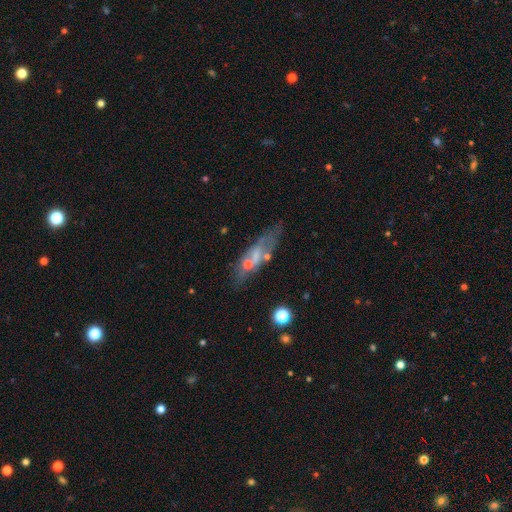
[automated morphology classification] Q: Smooth or featured?
A: featured or disk (52%); runner-up: smooth (33%)
Q: Edge-on disk?
A: no (63%); runner-up: yes (37%)
Q: Merging?
A: none (54%); runner-up: minor disturbance (20%)